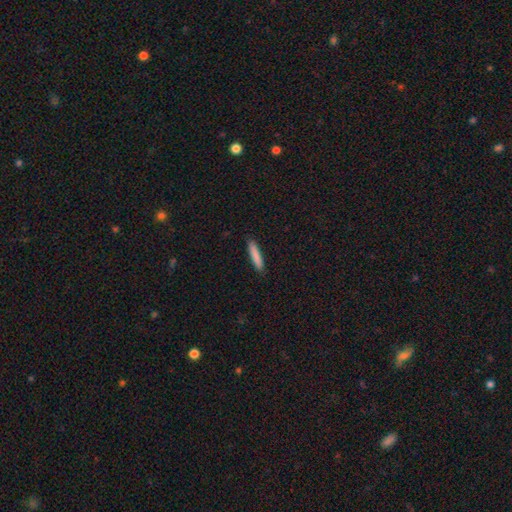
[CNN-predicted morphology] The model was most divided on "smooth or featured": smooth: 86%, featured or disk: 8%, star or artifact: 6%. More confident: merging — none (90%); how rounded — cigar-shaped (89%).